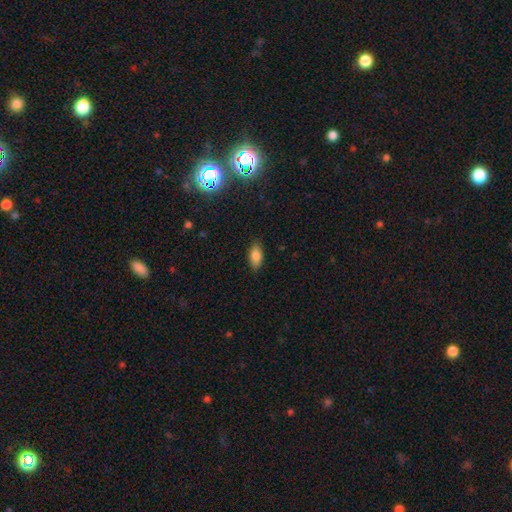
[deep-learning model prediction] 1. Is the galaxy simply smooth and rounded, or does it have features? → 83% smooth, 9% featured or disk, 8% star or artifact.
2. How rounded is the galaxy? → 87% in between, 10% cigar-shaped, 3% round.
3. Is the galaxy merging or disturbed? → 85% none, 12% minor disturbance, 2% major disturbance, 1% merger.